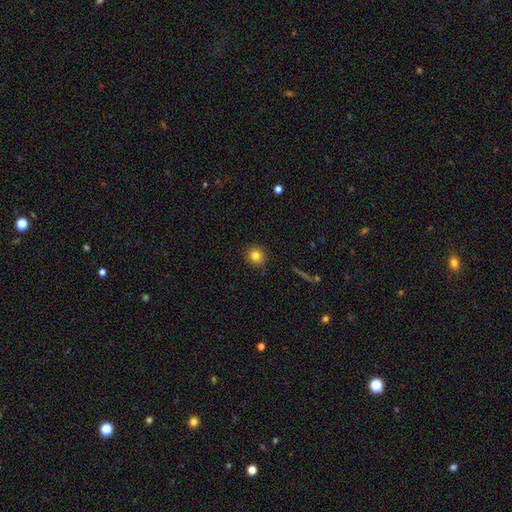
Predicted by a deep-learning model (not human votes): Morphology: type=smooth (81%); roundness=round (91%); merging=none (90%).